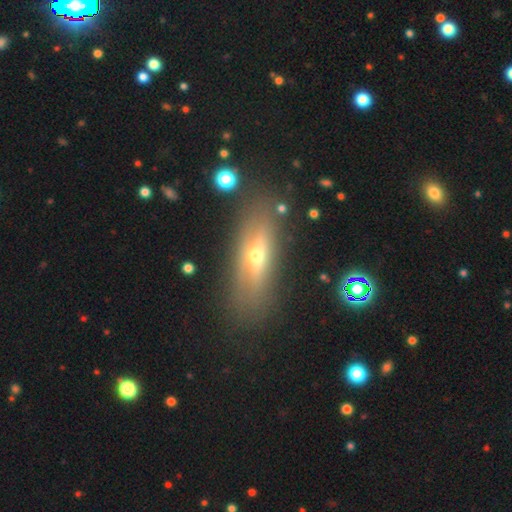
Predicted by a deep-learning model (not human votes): A featured or disk galaxy (55%) viewed edge-on (72%).

Vote fractions:
- Smooth or featured? featured or disk: 55% / smooth: 35% / star or artifact: 10%
- Edge-on disk? yes: 72% / no: 28%
- Merging? none: 80% / minor disturbance: 13% / major disturbance: 5% / merger: 2%